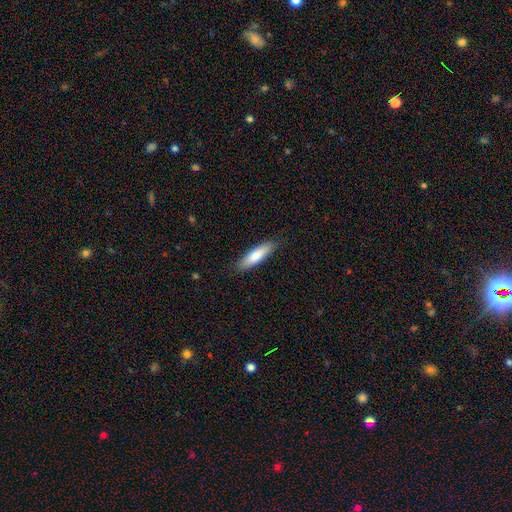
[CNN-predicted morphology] Smooth or featured? Predicted: smooth (p=0.76). How rounded? Predicted: cigar-shaped (p=0.67). Merging? Predicted: none (p=0.87).